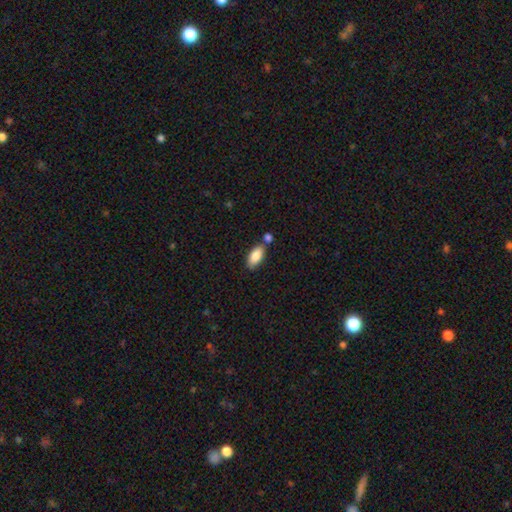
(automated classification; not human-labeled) Overall: smooth (85%). How rounded: in between (90%). Merging: none (63%).